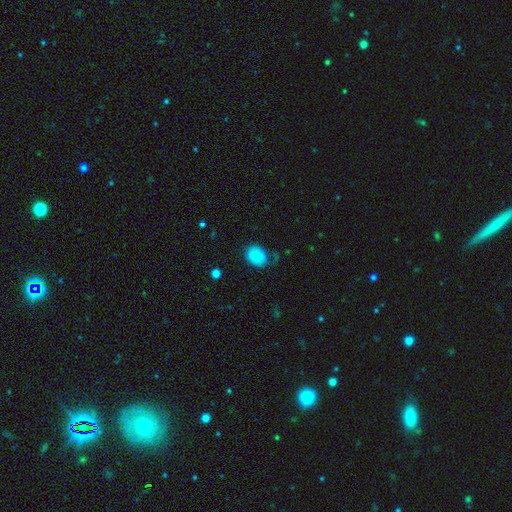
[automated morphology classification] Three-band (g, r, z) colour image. It shows a smooth galaxy with no disk features (77%) that is in between round and cigar-shaped (56%). Merging: none (47%).